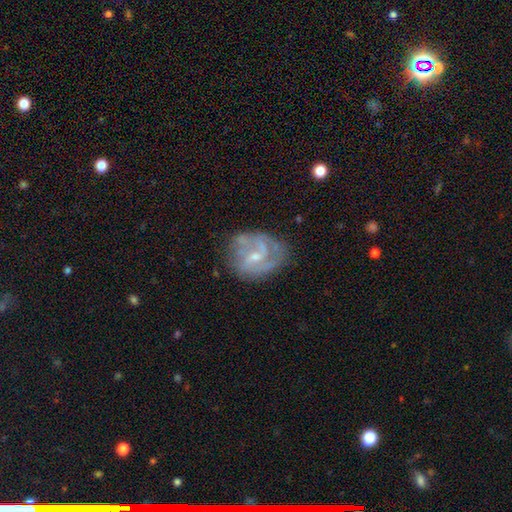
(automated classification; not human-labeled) Q: Smooth or featured?
A: featured or disk (81%); runner-up: smooth (12%)
Q: Edge-on disk?
A: no (98%); runner-up: yes (2%)
Q: Bar?
A: weak (53%); runner-up: no (34%)
Q: Spiral arms?
A: yes (89%); runner-up: no (11%)
Q: Spiral winding?
A: medium (47%); runner-up: tight (32%)
Q: Spiral arm count?
A: 2 (56%); runner-up: can't tell (19%)
Q: Bulge size?
A: small (63%); runner-up: moderate (31%)
Q: Merging?
A: none (63%); runner-up: minor disturbance (22%)